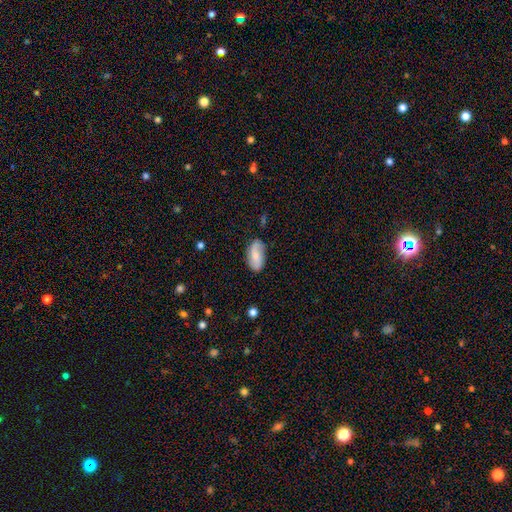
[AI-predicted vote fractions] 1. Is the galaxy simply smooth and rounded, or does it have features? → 52% smooth, 41% featured or disk, 7% star or artifact.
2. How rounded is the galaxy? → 92% in between, 4% cigar-shaped, 3% round.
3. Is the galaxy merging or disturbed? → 79% none, 16% minor disturbance, 4% major disturbance, 2% merger.